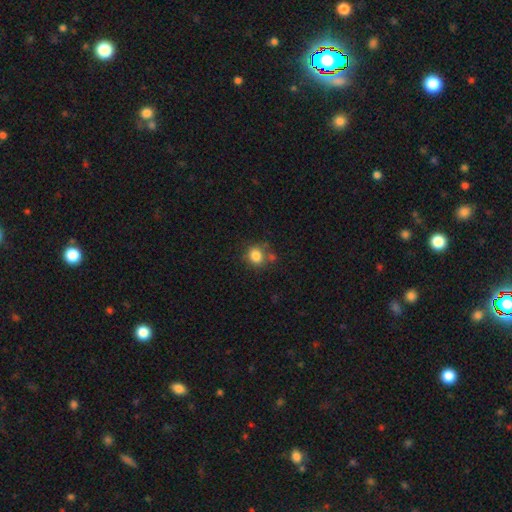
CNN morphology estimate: type=smooth (83%); roundness=round (77%); merging=none (64%).